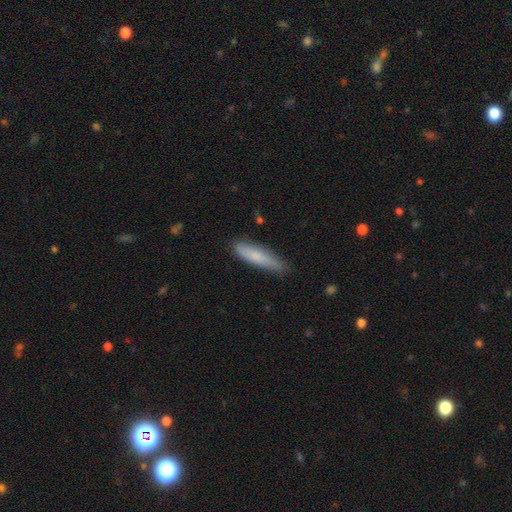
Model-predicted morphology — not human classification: This appears to be a smooth galaxy with no disk features (76%) that is cigar-shaped (78%). Merging: none (77%).